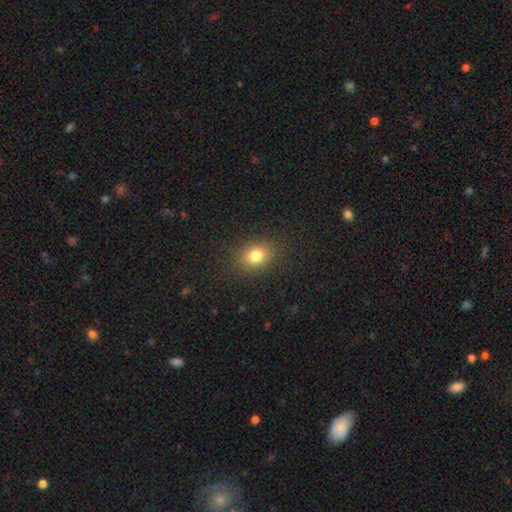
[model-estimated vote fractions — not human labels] Overall: smooth (80%). How rounded: in between (55%; round 43%). Merging: none (87%).